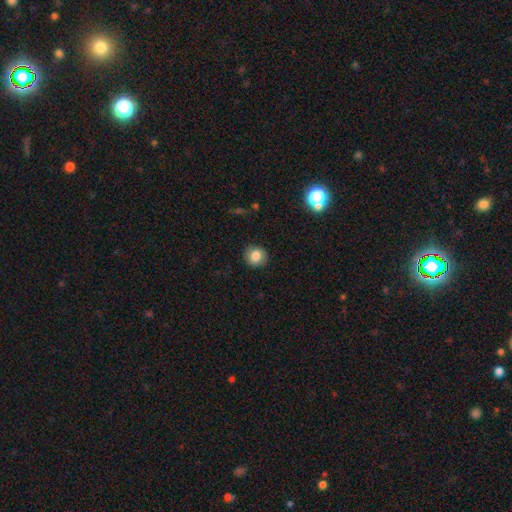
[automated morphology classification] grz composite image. It shows a smooth galaxy with no disk features (82%) that is round (88%). Merging: none (89%).